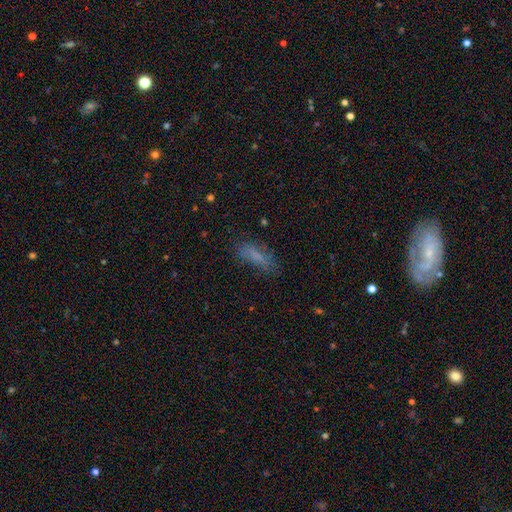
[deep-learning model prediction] smooth 72%, featured or disk 16%, star or artifact 12%. Down the decision tree: how rounded — in between (51%); merging — none (66%).